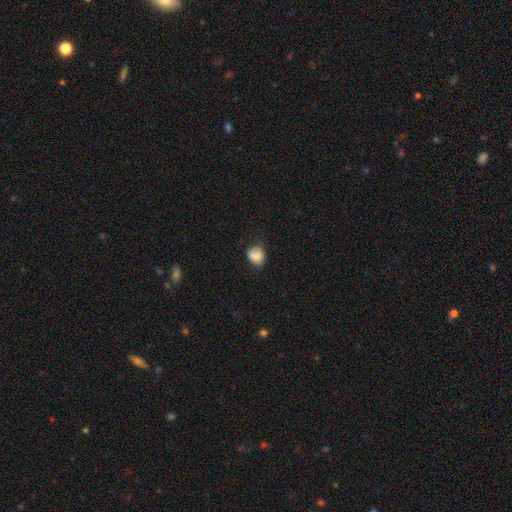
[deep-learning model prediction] Smooth or featured? Predicted: smooth (p=0.82). How rounded? Predicted: round (p=0.50). Merging? Predicted: none (p=0.55).